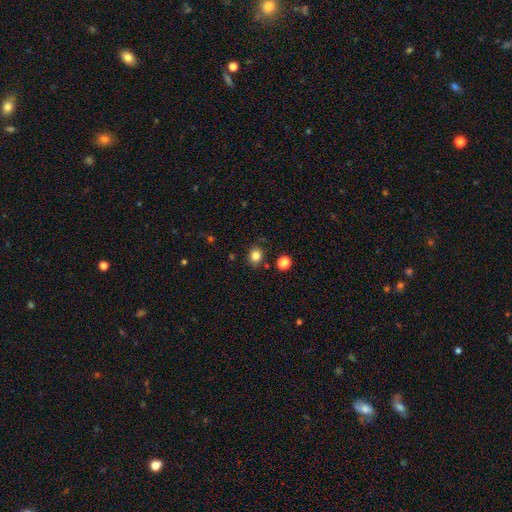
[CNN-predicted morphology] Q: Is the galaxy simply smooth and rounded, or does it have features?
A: smooth — 83%.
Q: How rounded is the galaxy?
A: round — 72%.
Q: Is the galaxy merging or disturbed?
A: none — 83%.